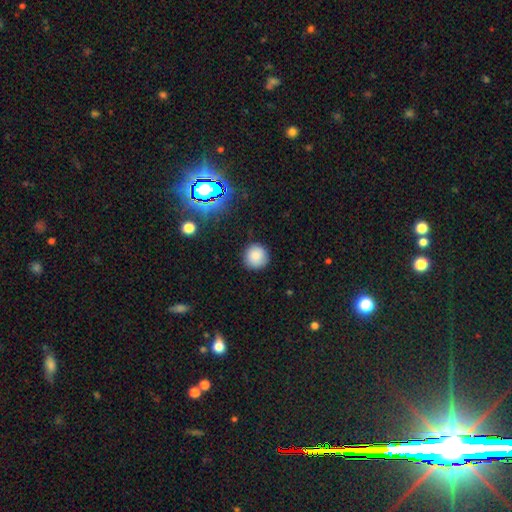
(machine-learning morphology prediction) type=smooth (84%); roundness=round (94%); merging=none (88%).